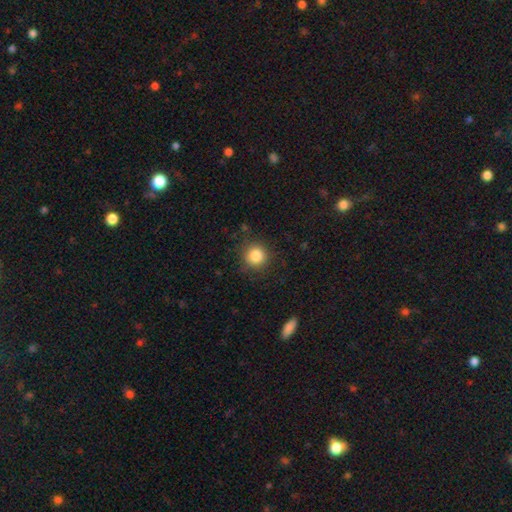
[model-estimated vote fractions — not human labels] The model was most divided on "smooth or featured": smooth: 84%, star or artifact: 11%, featured or disk: 5%. More confident: how rounded — round (92%); merging — none (86%).